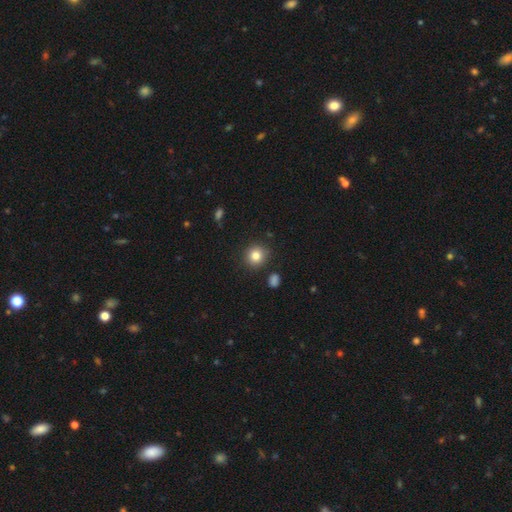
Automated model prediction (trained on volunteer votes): smooth-or-featured: smooth: 83% | star or artifact: 11% | featured or disk: 6%
  how-rounded: round: 87% | in between: 12% | cigar-shaped: 1%
  merging: none: 88% | minor disturbance: 8% | major disturbance: 2% | merger: 2%